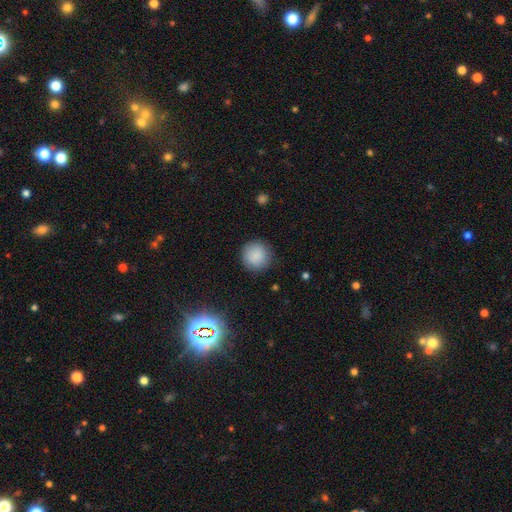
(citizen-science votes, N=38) smooth 89%, star or artifact 11%, featured or disk 0%. Down the decision tree: how rounded — round (97%); merging — none (94%).